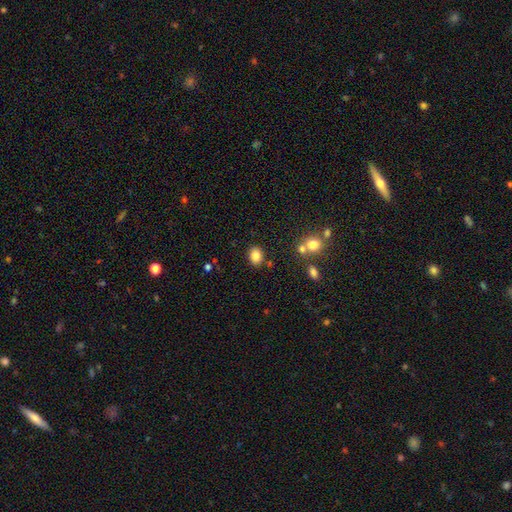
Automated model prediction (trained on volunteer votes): This appears to be a smooth galaxy with no disk features (84%) that is in between round and cigar-shaped (63%). Merging: none (82%).